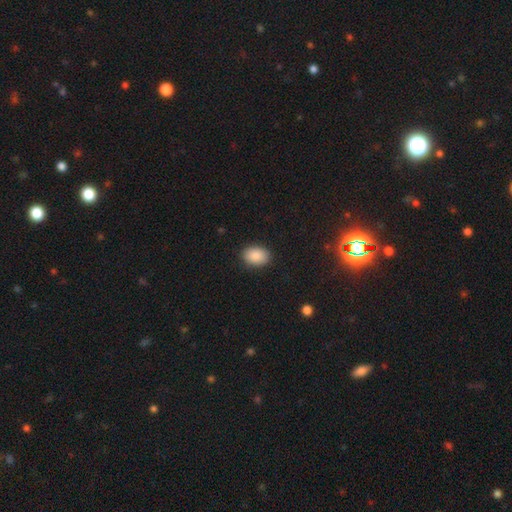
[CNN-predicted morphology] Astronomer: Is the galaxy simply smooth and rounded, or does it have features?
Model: smooth — 89%.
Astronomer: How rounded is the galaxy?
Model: in between — 79%.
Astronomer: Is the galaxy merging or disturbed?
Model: none — 89%.